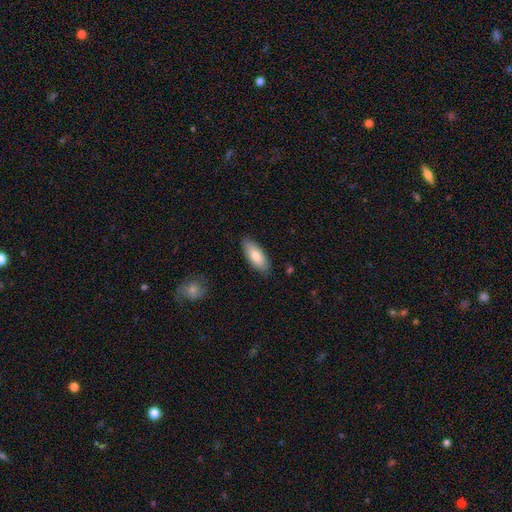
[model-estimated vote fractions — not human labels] Overall: smooth (80%). How rounded: in between (81%). Merging: none (86%).